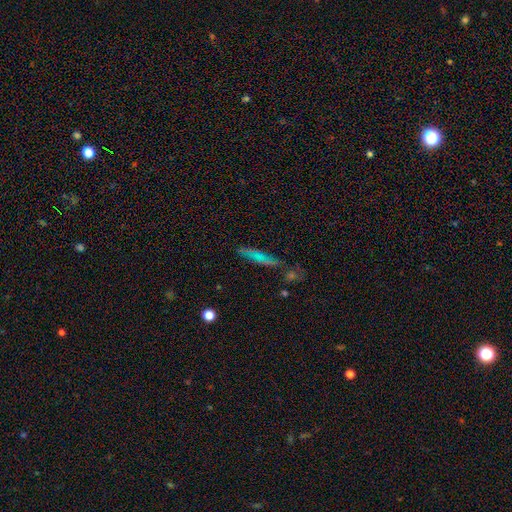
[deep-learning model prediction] smooth-or-featured: smooth: 42% | featured or disk: 41% | star or artifact: 17%
  merging: none: 55% | minor disturbance: 21% | major disturbance: 12% | merger: 12%